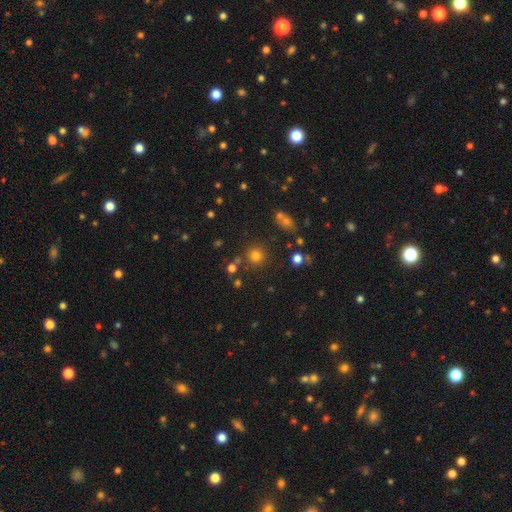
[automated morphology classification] Smooth or featured? smooth (74%)
How rounded? round (93%)
Merging? none (82%)